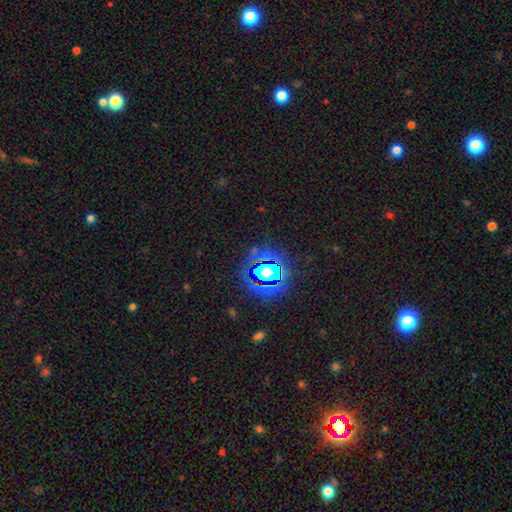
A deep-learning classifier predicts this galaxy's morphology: This appears to be a star or artifact, not a galaxy (82%).